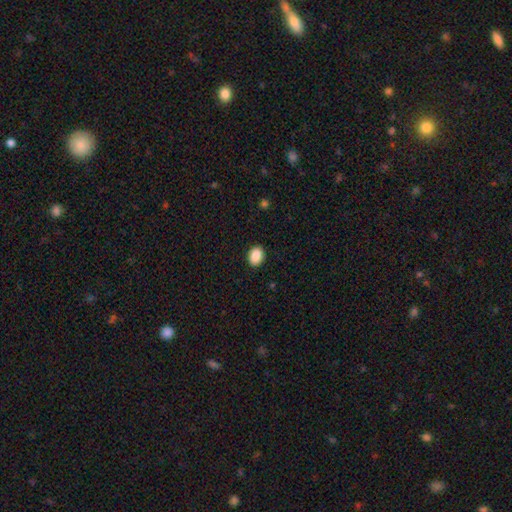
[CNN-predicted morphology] Smooth or featured? Predicted: smooth (p=0.90). How rounded? Predicted: in between (p=0.68). Merging? Predicted: none (p=0.90).